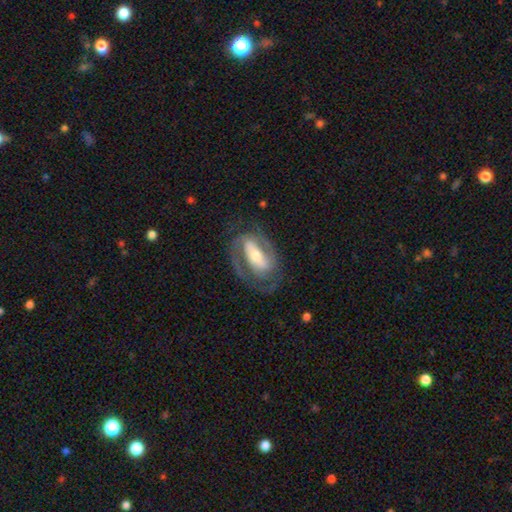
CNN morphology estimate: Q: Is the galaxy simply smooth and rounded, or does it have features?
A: featured or disk — 84%.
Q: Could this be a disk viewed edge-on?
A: no — 95%.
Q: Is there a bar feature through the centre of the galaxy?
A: strong — 58%.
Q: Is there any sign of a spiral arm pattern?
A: yes — 89%.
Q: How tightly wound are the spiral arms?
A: medium — 45%.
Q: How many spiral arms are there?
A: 2 — 84%.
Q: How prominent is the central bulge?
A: moderate — 51%.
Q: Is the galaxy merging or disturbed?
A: none — 70%.